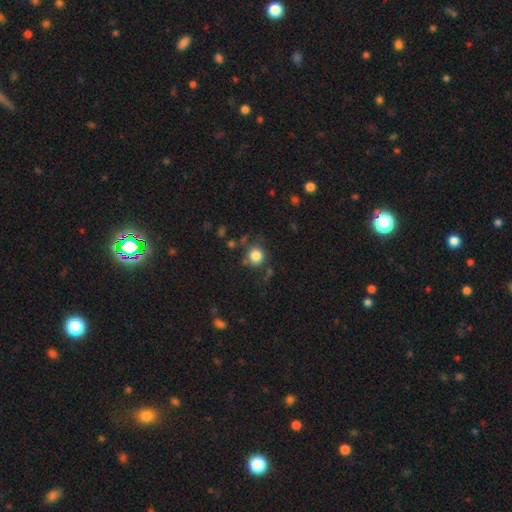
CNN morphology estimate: Overall: smooth (83%). How rounded: round (90%). Merging: none (76%).